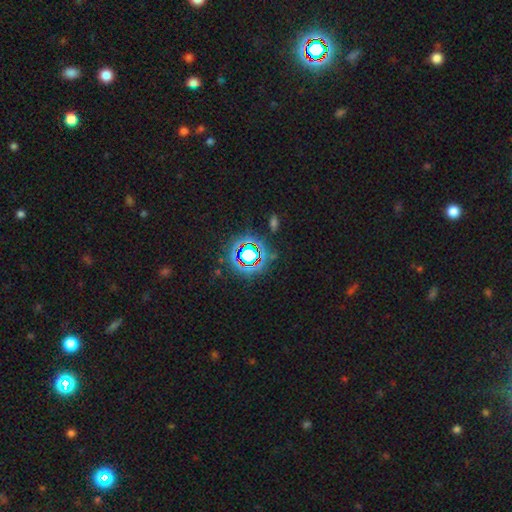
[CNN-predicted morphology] A star or artifact, not a galaxy (75%).